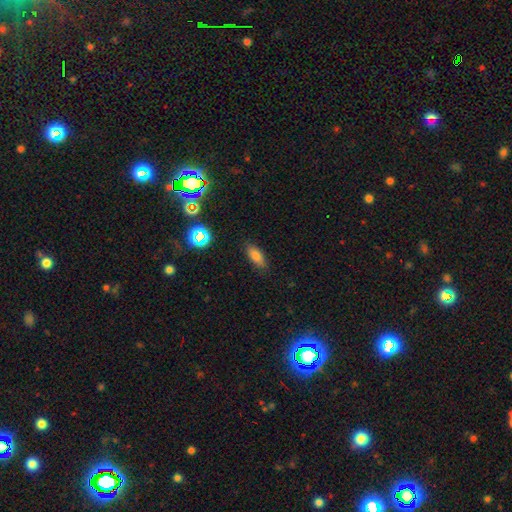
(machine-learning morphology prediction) Smooth or featured?
  - smooth: 78% *
  - star or artifact: 12%
  - featured or disk: 9%
How rounded?
  - in between: 80% *
  - cigar-shaped: 16%
  - round: 4%
Merging?
  - none: 85% *
  - minor disturbance: 11%
  - major disturbance: 3%
  - merger: 1%